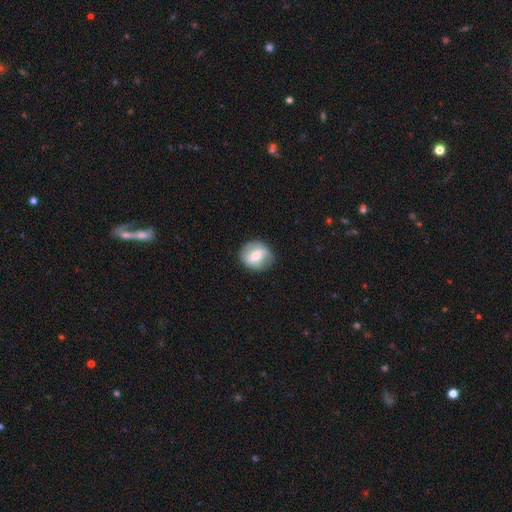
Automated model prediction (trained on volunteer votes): Smooth or featured? featured or disk (47%)
Merging? none (84%)